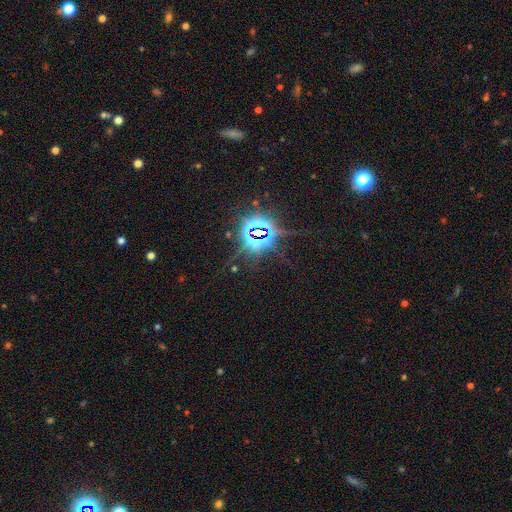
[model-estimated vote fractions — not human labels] Q: Smooth or featured?
A: star or artifact (85%); runner-up: smooth (8%)